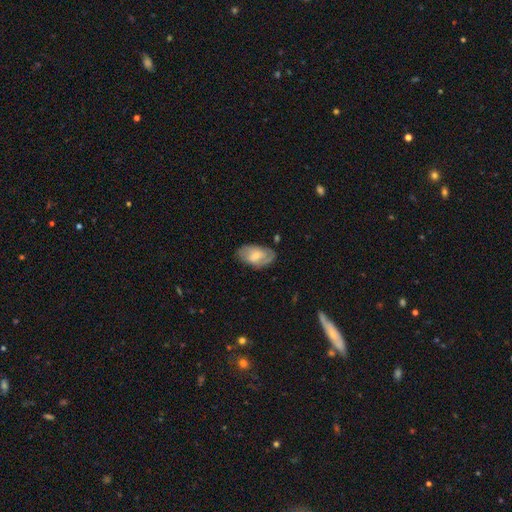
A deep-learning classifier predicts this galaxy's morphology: This is possibly a smooth galaxy (50%). How rounded: clearly in between (93%). Merging: likely none (65%).